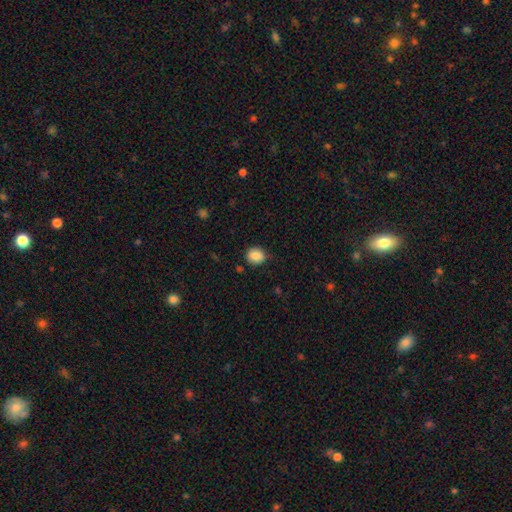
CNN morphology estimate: A smooth galaxy with no disk features (86%) that is round (73%). Merging: none (77%).